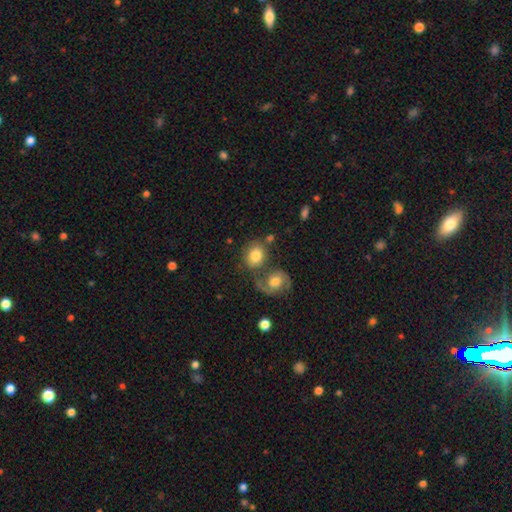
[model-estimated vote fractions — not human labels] The model was most divided on "how rounded": round: 52%, in between: 47%, cigar-shaped: 1%. More confident: smooth or featured — smooth (71%); merging — none (50%).